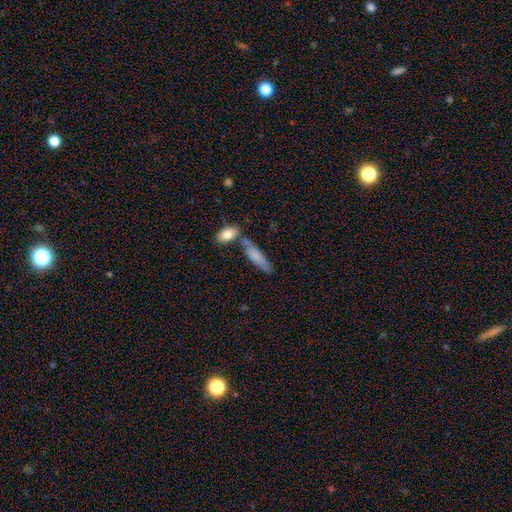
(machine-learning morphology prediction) A smooth galaxy with no disk features (75%) that is cigar-shaped (63%). Merging: none (58%).